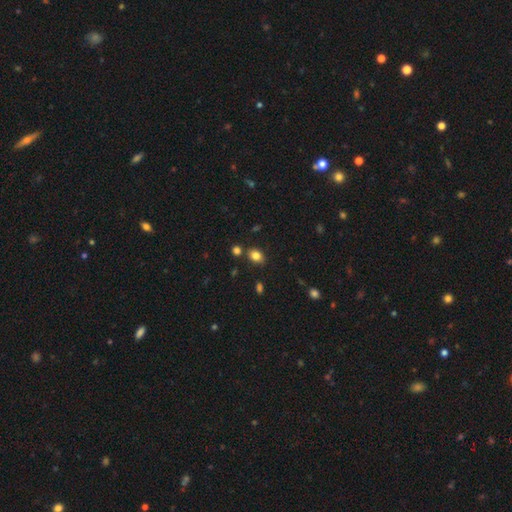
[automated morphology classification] The model was most divided on "how rounded": in between: 70%, round: 29%, cigar-shaped: 1%. More confident: smooth or featured — smooth (83%); merging — none (79%).